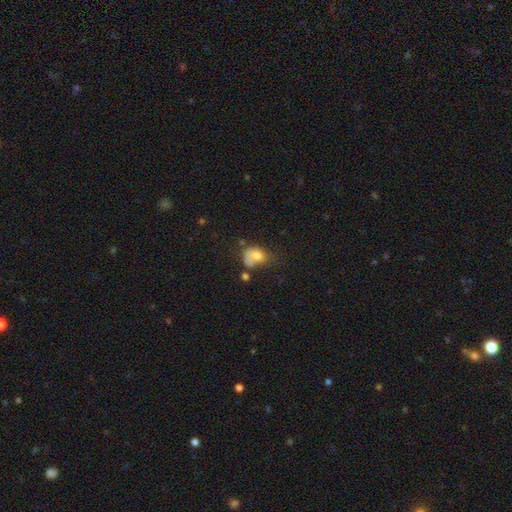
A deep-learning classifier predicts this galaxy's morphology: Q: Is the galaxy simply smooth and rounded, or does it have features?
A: smooth — 70%.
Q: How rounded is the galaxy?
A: in between — 67%.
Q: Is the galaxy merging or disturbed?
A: major disturbance — 33%.